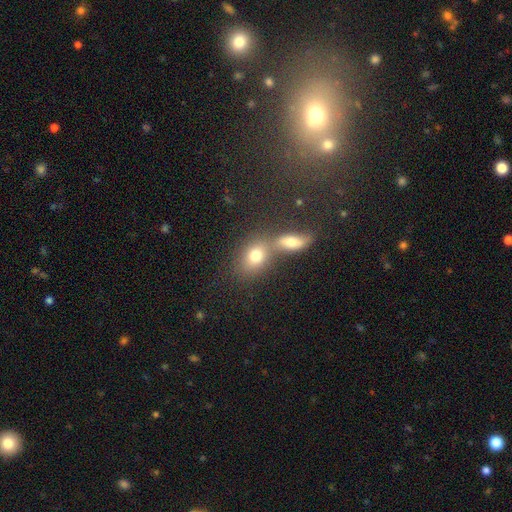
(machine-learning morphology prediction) Smooth or featured?
  - smooth: 75% *
  - featured or disk: 13%
  - star or artifact: 11%
How rounded?
  - in between: 65% *
  - round: 33%
  - cigar-shaped: 3%
Merging?
  - merger: 44% *
  - none: 42%
  - minor disturbance: 9%
  - major disturbance: 5%